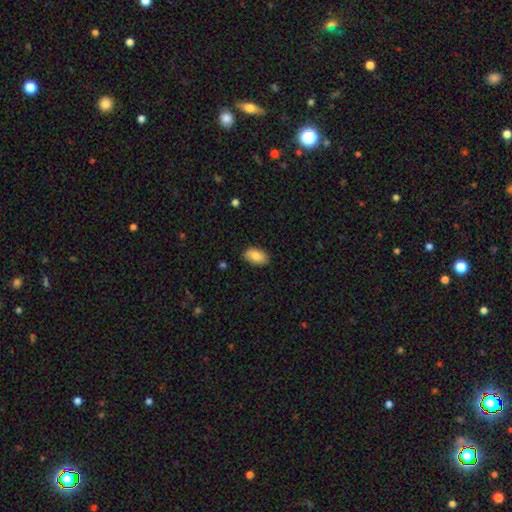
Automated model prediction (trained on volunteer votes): A smooth galaxy with no disk features (84%) that is in between round and cigar-shaped (94%). Merging: none (86%).